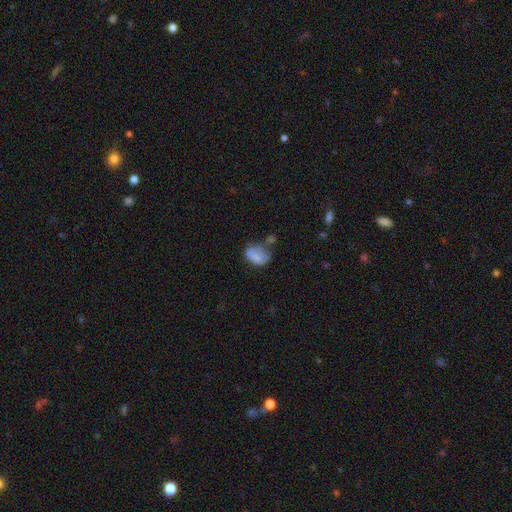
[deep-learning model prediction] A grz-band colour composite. It shows a smooth galaxy with no disk features (76%) that is in between round and cigar-shaped (78%). Merging: none (35%).